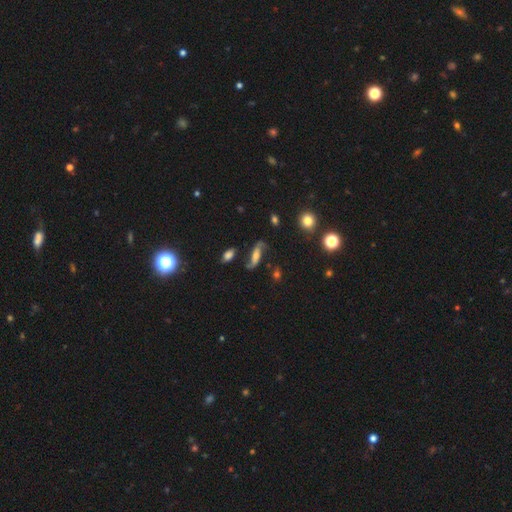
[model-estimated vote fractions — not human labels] This is likely a featured or disk galaxy (67%). It is clearly not viewed edge-on (84%). Bar: marginally no (40%). Spiral arm pattern: clearly yes (91%). Spiral arm count: clearly 2 (90%). Spiral winding: likely loose (69%). Central bulge: marginally moderate (38%). Merging: likely none (65%).